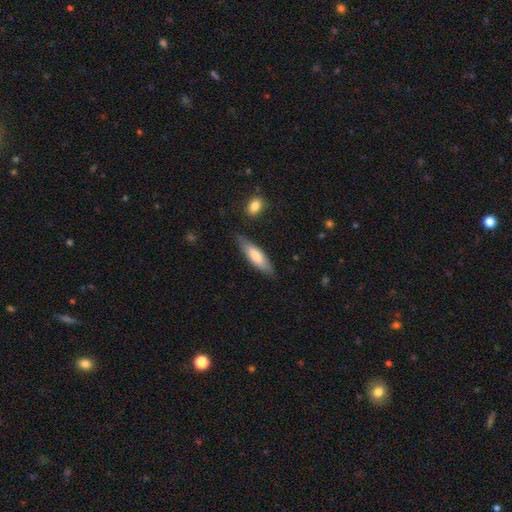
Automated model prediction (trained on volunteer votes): A smooth galaxy with no disk features (66%) that is cigar-shaped (58%).

Vote fractions:
- Smooth or featured? smooth: 66% / featured or disk: 28% / star or artifact: 6%
- How rounded? cigar-shaped: 58% / in between: 40% / round: 2%
- Merging? none: 79% / minor disturbance: 16% / major disturbance: 3% / merger: 2%